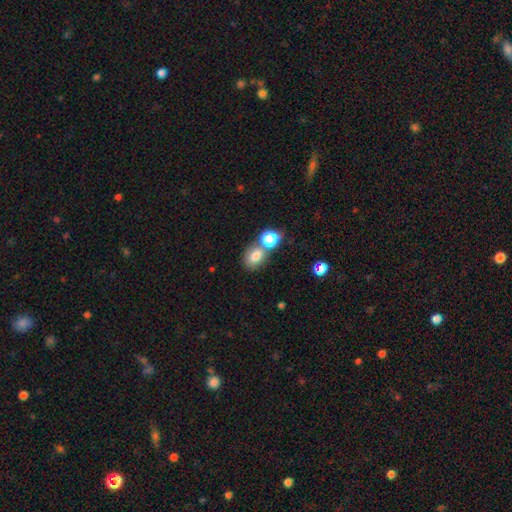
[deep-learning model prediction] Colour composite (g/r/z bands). It shows a smooth galaxy with no disk features (76%) that is in between round and cigar-shaped (53%). Merging: none (55%).